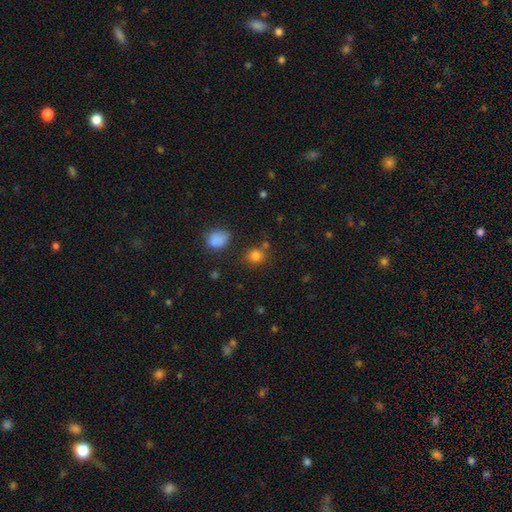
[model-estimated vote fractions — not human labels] Smooth or featured? Predicted: smooth (p=0.80). How rounded? Predicted: round (p=0.78). Merging? Predicted: none (p=0.74).